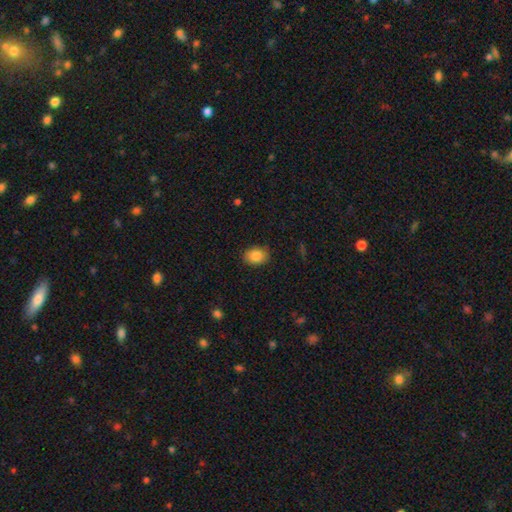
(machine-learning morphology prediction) Smooth or featured? smooth (86%)
How rounded? in between (65%)
Merging? none (87%)